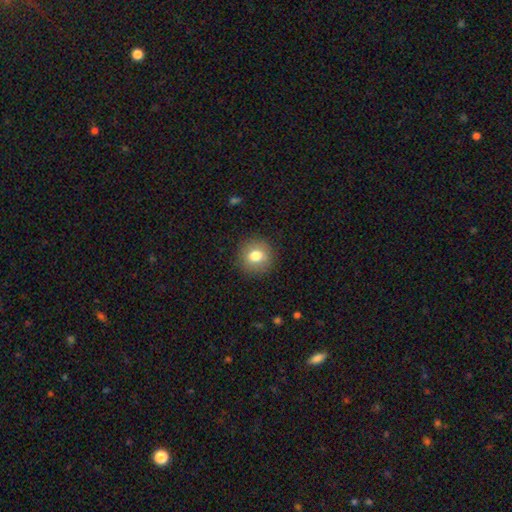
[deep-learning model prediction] This appears to be a smooth galaxy with no disk features (78%) that is round (90%). Merging: none (90%).